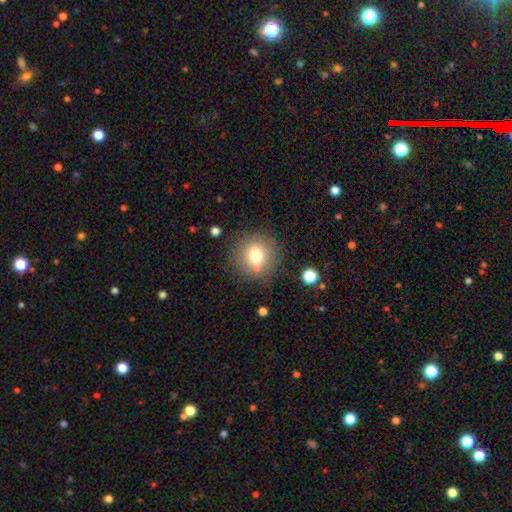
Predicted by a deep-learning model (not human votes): Smooth or featured? smooth (73%)
How rounded? round (93%)
Merging? none (80%)